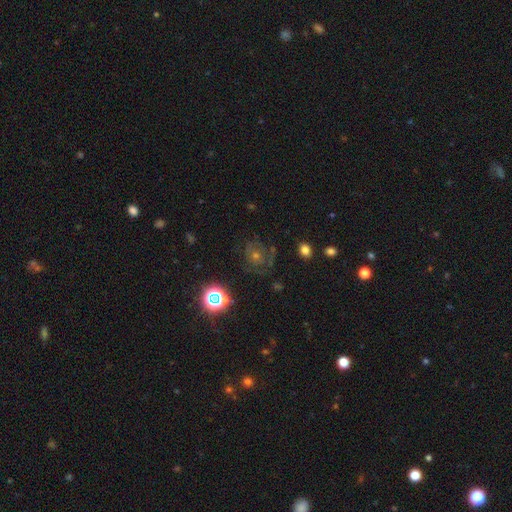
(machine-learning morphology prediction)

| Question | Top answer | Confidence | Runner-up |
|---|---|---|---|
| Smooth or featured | featured or disk | 40% | star or artifact (34%) |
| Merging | none | 70% | minor disturbance (16%) |